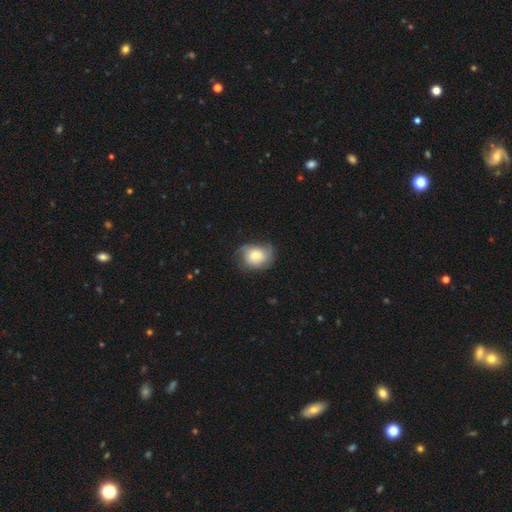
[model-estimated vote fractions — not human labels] The model was most divided on "how rounded": round: 54%, in between: 45%, cigar-shaped: 1%. More confident: merging — none (57%); smooth or featured — smooth (55%).